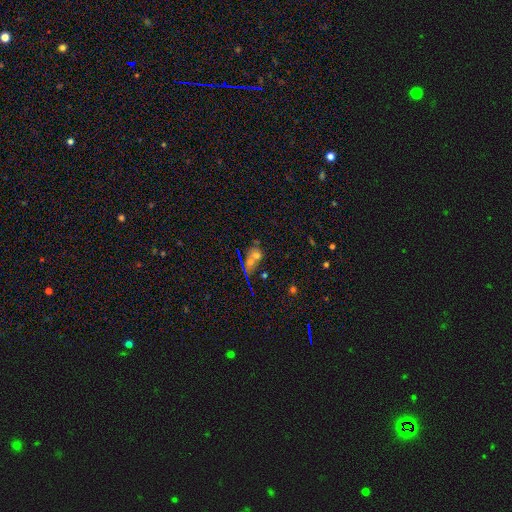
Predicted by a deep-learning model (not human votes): This is possibly a smooth galaxy (51%). How rounded: possibly in between (49%). Merging: possibly merger (50%).